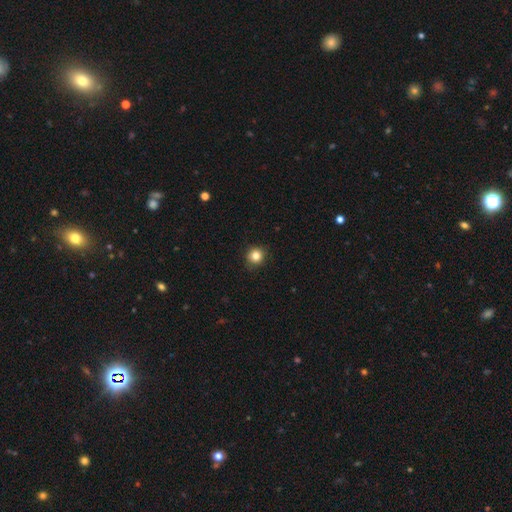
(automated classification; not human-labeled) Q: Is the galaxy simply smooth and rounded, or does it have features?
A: smooth — 83%.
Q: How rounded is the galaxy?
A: round — 92%.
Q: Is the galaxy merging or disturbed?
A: none — 89%.